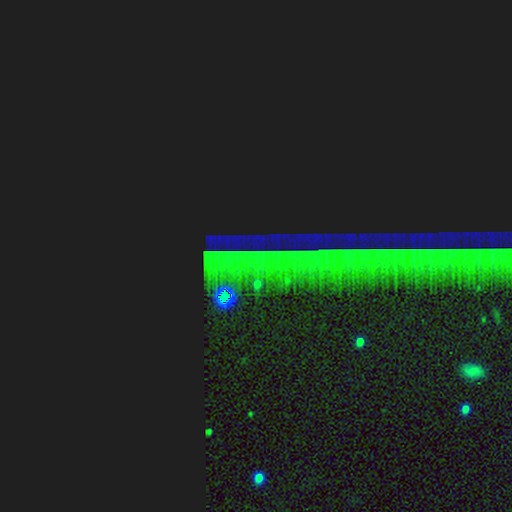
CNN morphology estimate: This appears to be a star or artifact, not a galaxy (84%).